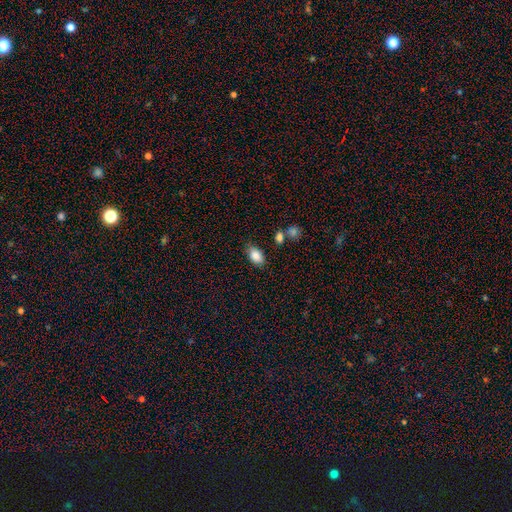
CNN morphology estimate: A smooth galaxy with no disk features (86%) that is in between round and cigar-shaped (90%). Merging: none (77%).